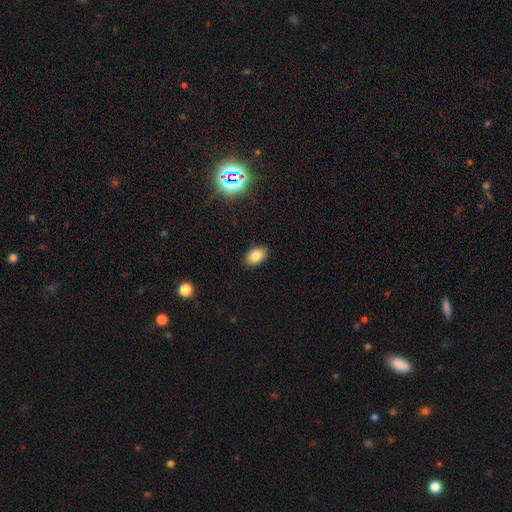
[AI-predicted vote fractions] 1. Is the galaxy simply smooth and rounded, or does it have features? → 80% smooth, 11% star or artifact, 9% featured or disk.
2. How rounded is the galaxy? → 87% in between, 12% round, 1% cigar-shaped.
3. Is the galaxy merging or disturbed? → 88% none, 8% minor disturbance, 2% major disturbance, 1% merger.